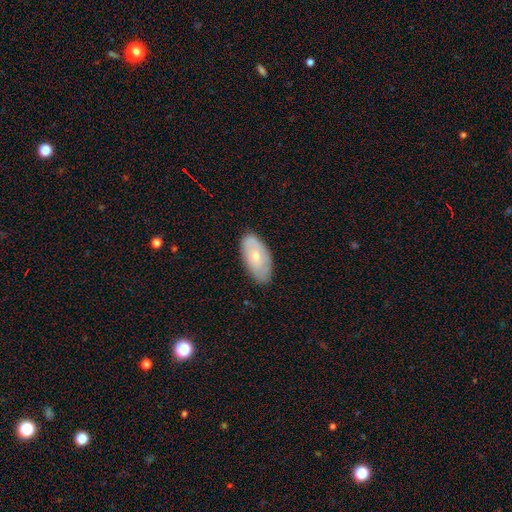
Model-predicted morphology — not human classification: type=smooth (59%); roundness=in between (93%); merging=none (78%).